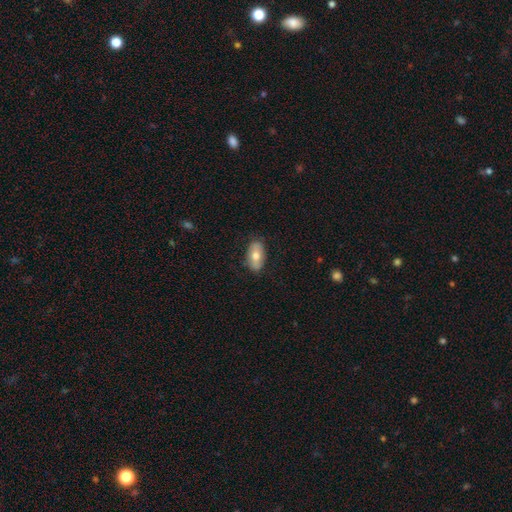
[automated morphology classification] smooth 66%, featured or disk 27%, star or artifact 6%. Down the decision tree: how rounded — in between (92%); merging — none (83%).